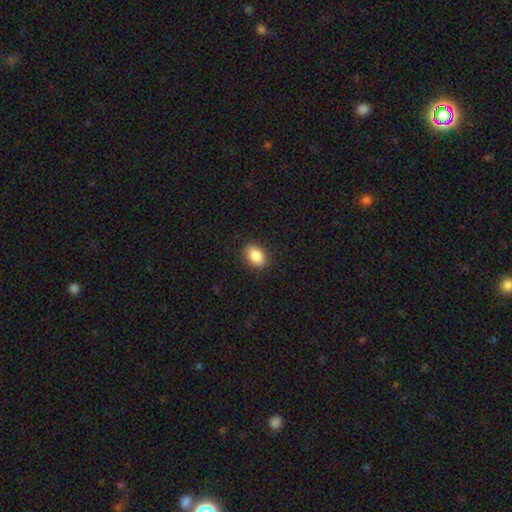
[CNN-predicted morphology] This is clearly a smooth galaxy (88%). How rounded: clearly in between (85%). Merging: clearly none (88%).